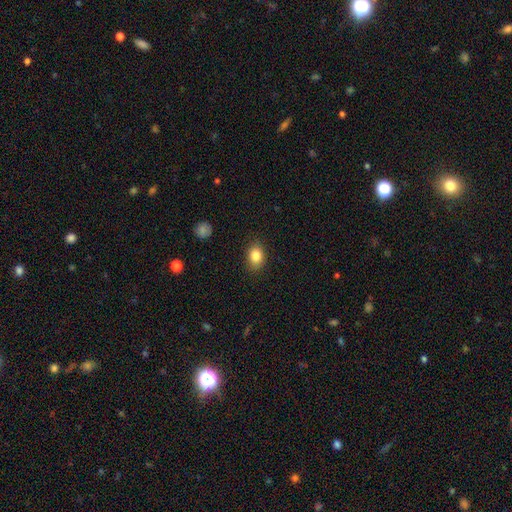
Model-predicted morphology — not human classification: smooth 84%, star or artifact 9%, featured or disk 7%. Down the decision tree: how rounded — in between (68%); merging — none (85%).